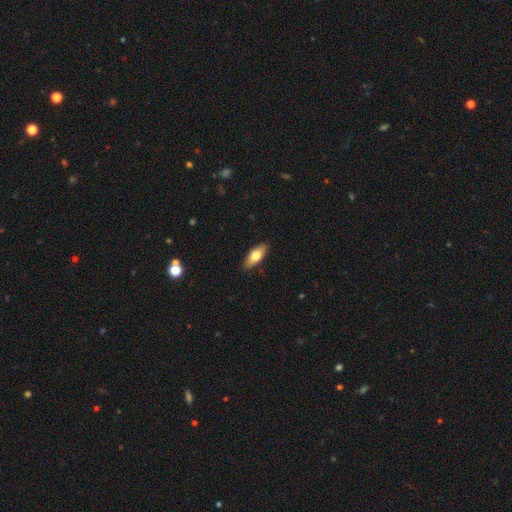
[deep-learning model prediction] Smooth or featured? smooth (69%)
How rounded? in between (74%)
Merging? none (88%)